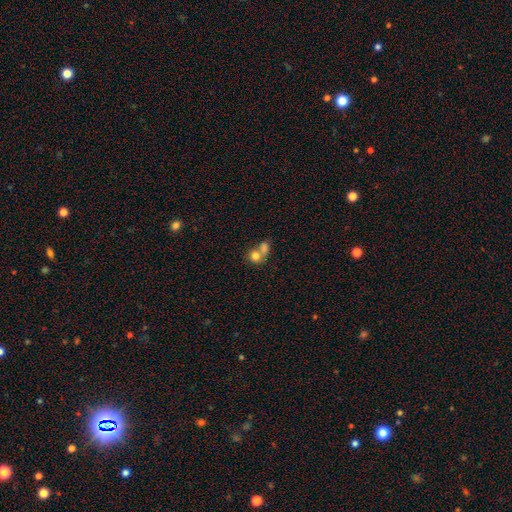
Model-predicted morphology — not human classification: Smooth or featured? smooth (76%)
How rounded? round (73%)
Merging? merger (64%)